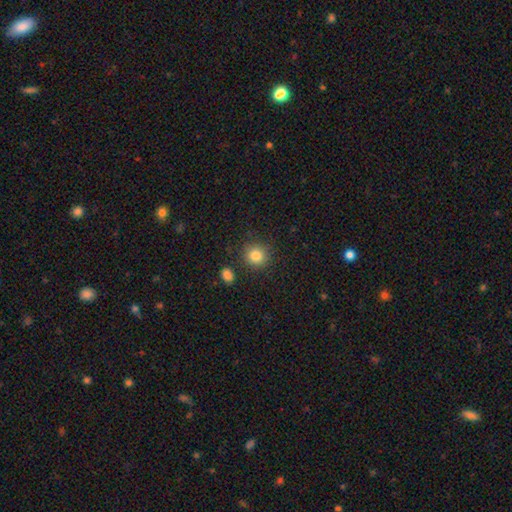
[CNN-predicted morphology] This is clearly a smooth galaxy (85%). How rounded: clearly round (89%). Merging: clearly none (86%).